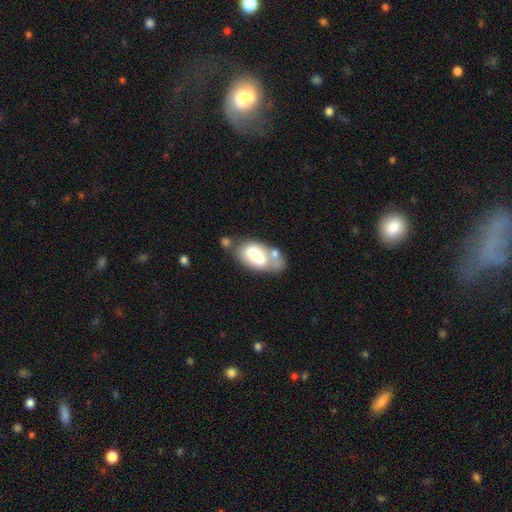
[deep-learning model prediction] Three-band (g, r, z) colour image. It shows a smooth galaxy with no disk features (63%) that is in between round and cigar-shaped (92%). Merging: none (34%).